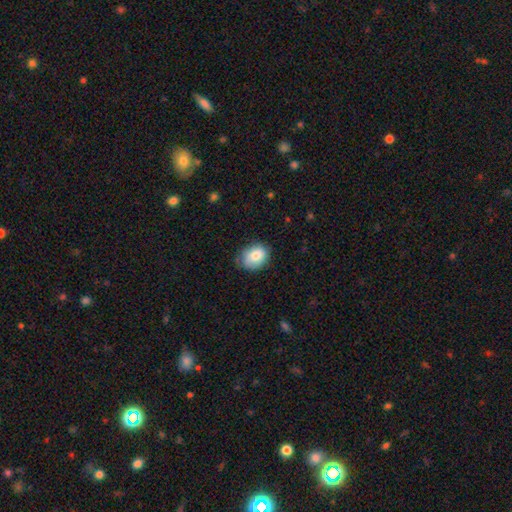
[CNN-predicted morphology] smooth_or_featured: smooth (p=0.80) [alt: featured or disk p=0.12]
how_rounded: in between (p=0.67) [alt: round p=0.32]
merging: none (p=0.66) [alt: minor disturbance p=0.27]